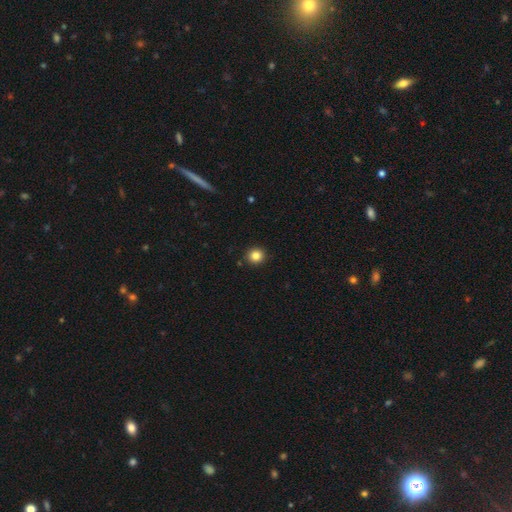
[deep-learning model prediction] Smooth or featured? smooth (84%)
How rounded? round (91%)
Merging? none (91%)